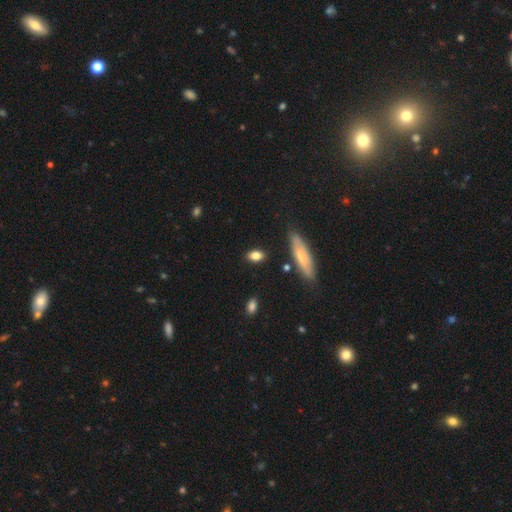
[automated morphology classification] Smooth or featured?
  - smooth: 80% *
  - featured or disk: 12%
  - star or artifact: 8%
How rounded?
  - in between: 79% *
  - round: 11%
  - cigar-shaped: 10%
Merging?
  - none: 83% *
  - minor disturbance: 12%
  - major disturbance: 3%
  - merger: 3%